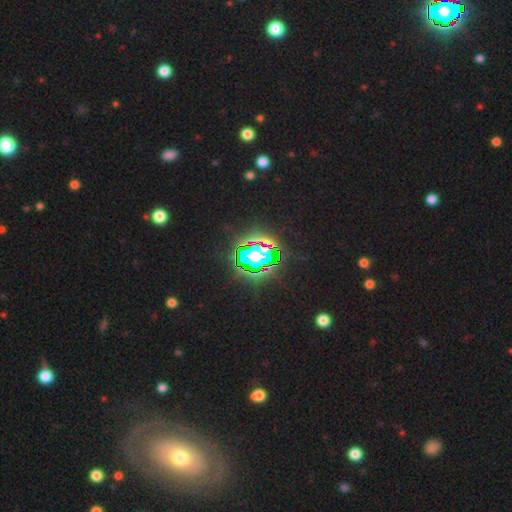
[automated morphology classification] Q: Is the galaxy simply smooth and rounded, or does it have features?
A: star or artifact — 69%.